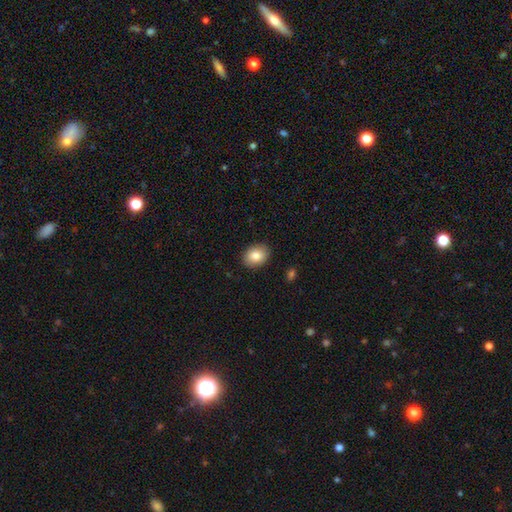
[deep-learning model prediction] Smooth or featured?
  - smooth: 84% *
  - featured or disk: 8%
  - star or artifact: 8%
How rounded?
  - in between: 63% *
  - round: 36%
  - cigar-shaped: 1%
Merging?
  - none: 89% *
  - minor disturbance: 8%
  - major disturbance: 2%
  - merger: 1%